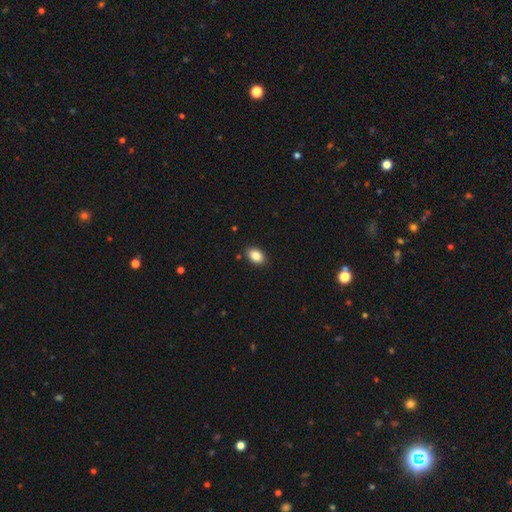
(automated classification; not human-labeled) Q: Smooth or featured?
A: smooth (87%); runner-up: star or artifact (8%)
Q: How rounded?
A: in between (84%); runner-up: round (15%)
Q: Merging?
A: none (89%); runner-up: minor disturbance (8%)